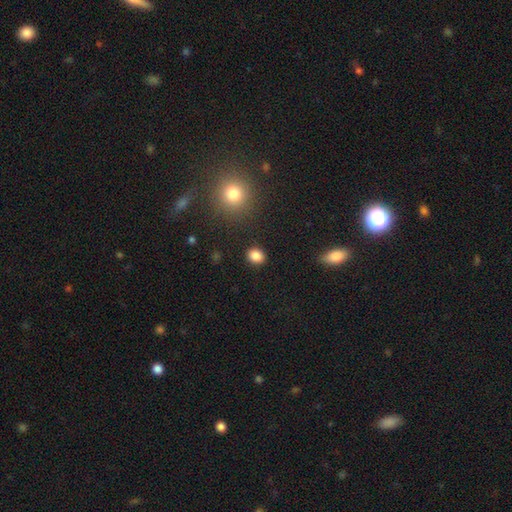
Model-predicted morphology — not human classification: smooth-or-featured: smooth: 85% | star or artifact: 11% | featured or disk: 4%
  how-rounded: round: 65% | in between: 34% | cigar-shaped: 1%
  merging: none: 89% | minor disturbance: 7% | major disturbance: 2% | merger: 2%